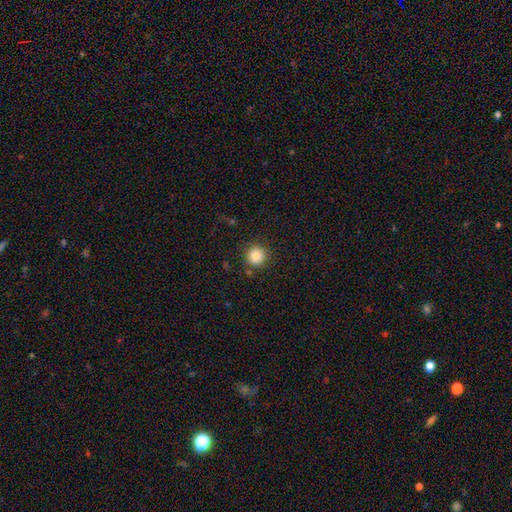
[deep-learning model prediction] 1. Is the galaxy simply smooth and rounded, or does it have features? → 86% smooth, 10% star or artifact, 4% featured or disk.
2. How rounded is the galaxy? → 93% round, 6% in between, 1% cigar-shaped.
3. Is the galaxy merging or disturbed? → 87% none, 8% minor disturbance, 3% major disturbance, 2% merger.